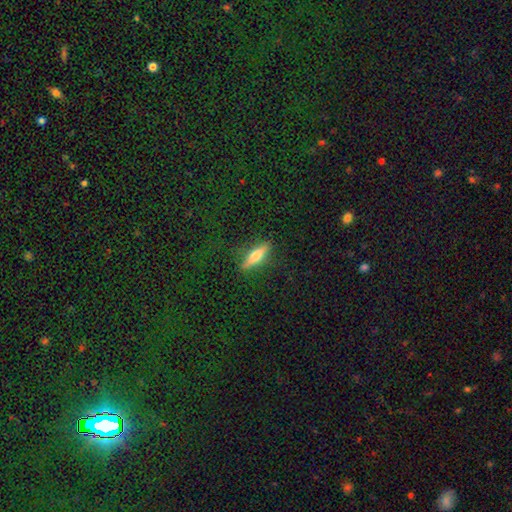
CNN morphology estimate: smooth_or_featured: smooth (p=0.55) [alt: featured or disk p=0.37]
how_rounded: cigar-shaped (p=0.73) [alt: in between p=0.24]
merging: none (p=0.85) [alt: minor disturbance p=0.11]